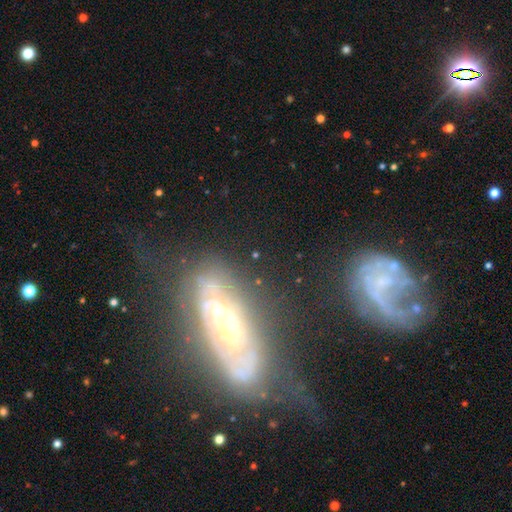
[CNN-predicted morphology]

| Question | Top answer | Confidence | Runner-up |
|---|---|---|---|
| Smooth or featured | featured or disk | 65% | smooth (18%) |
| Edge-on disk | no | 87% | yes (13%) |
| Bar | no | 58% | weak (27%) |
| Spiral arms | yes | 82% | no (18%) |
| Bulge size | small | 58% | moderate (30%) |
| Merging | none | 70% | minor disturbance (16%) |